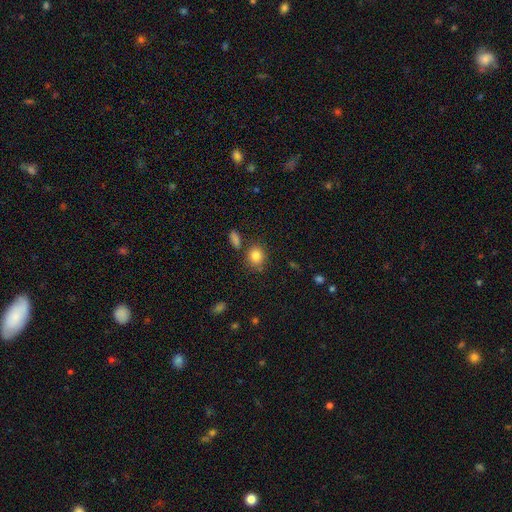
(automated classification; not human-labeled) smooth-or-featured: smooth: 84% | star or artifact: 10% | featured or disk: 7%
  how-rounded: round: 69% | in between: 29% | cigar-shaped: 1%
  merging: none: 76% | minor disturbance: 13% | merger: 8% | major disturbance: 4%